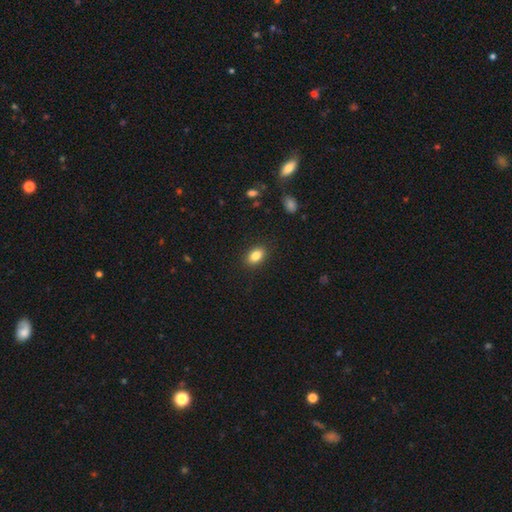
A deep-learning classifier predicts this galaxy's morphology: This appears to be a smooth galaxy with no disk features (84%) that is in between round and cigar-shaped (85%). Merging: none (88%).